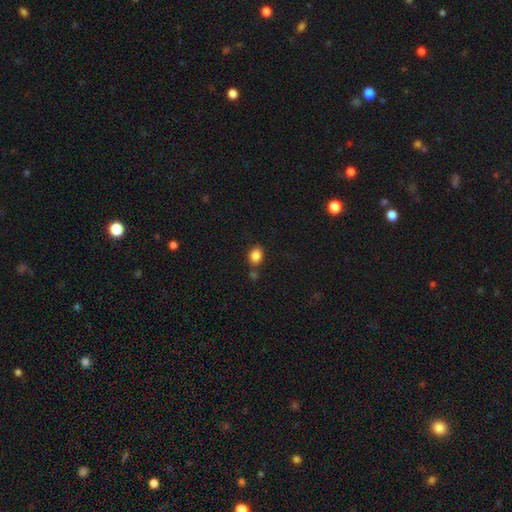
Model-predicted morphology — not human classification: type=smooth (85%); roundness=in between (58%); merging=none (71%).